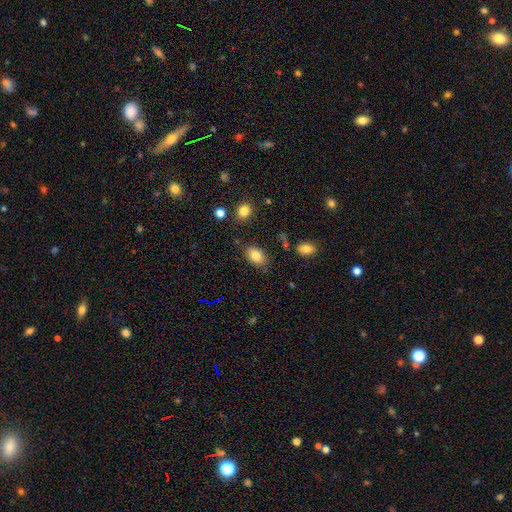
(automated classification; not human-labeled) This appears to be a smooth galaxy with no disk features (81%) that is in between round and cigar-shaped (87%). Merging: none (79%).